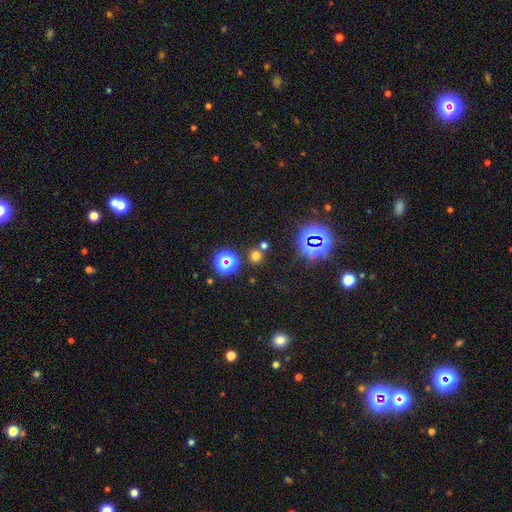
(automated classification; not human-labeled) A smooth galaxy with no disk features (60%) that is round (89%).

Vote fractions:
- Smooth or featured? smooth: 60% / star or artifact: 33% / featured or disk: 7%
- How rounded? round: 89% / in between: 10% / cigar-shaped: 1%
- Merging? none: 74% / merger: 16% / minor disturbance: 7% / major disturbance: 3%